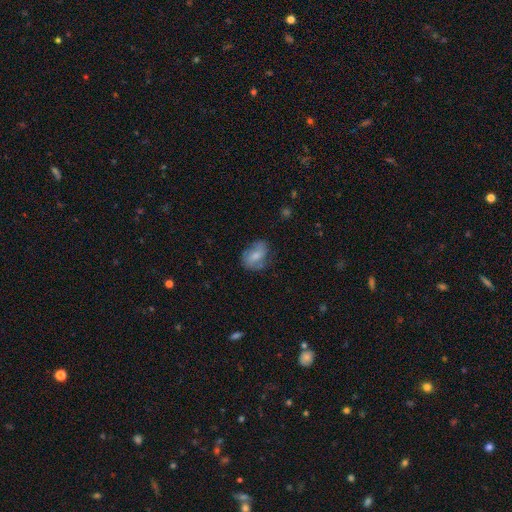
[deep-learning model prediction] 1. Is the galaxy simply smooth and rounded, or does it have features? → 61% smooth, 31% featured or disk, 8% star or artifact.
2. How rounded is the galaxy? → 77% in between, 21% round, 2% cigar-shaped.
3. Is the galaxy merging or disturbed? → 60% none, 28% minor disturbance, 11% major disturbance, 2% merger.